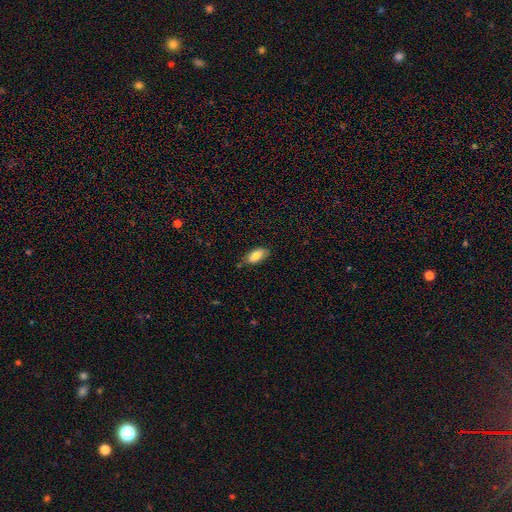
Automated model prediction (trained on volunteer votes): smooth 82%, featured or disk 11%, star or artifact 7%. Down the decision tree: how rounded — in between (88%); merging — none (75%).